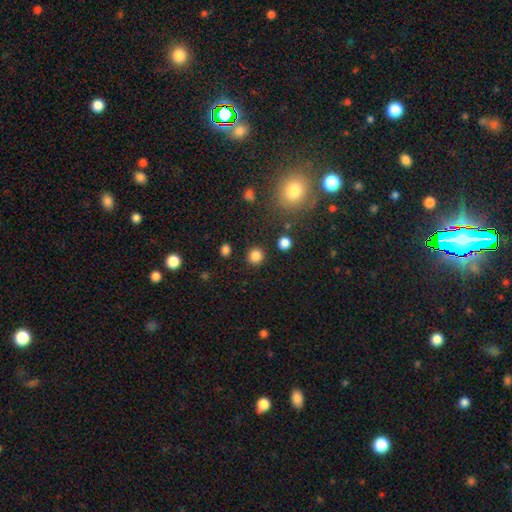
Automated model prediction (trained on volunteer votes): Smooth or featured: smooth — 84% (star or artifact — 13%)
How rounded: round — 91% (in between — 8%)
Merging: none — 88% (minor disturbance — 6%)